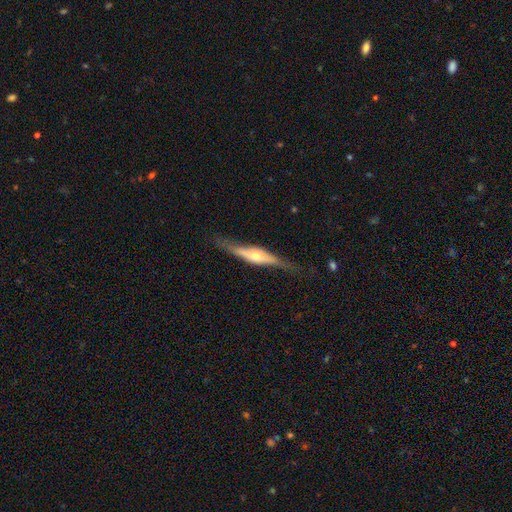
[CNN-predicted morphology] smooth_or_featured: featured or disk (p=0.69) [alt: smooth p=0.26]
disk_edge_on: yes (p=0.90) [alt: no p=0.10]
edge_on_bulge: rounded (p=0.84) [alt: boxy p=0.11]
merging: none (p=0.75) [alt: minor disturbance p=0.17]